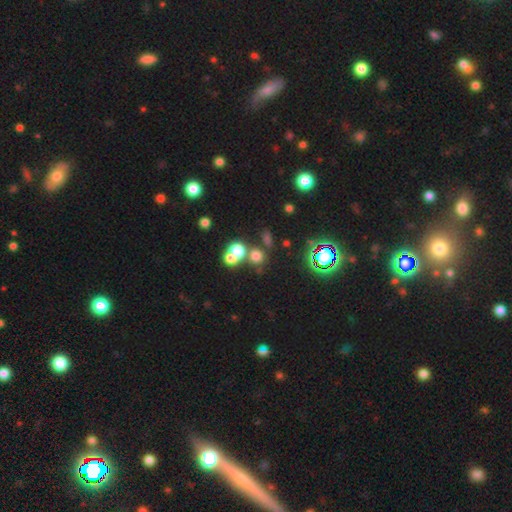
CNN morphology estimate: A smooth galaxy with no disk features (65%) that is round (81%).

Vote fractions:
- Smooth or featured? smooth: 65% / star or artifact: 24% / featured or disk: 12%
- How rounded? round: 81% / in between: 18% / cigar-shaped: 1%
- Merging? none: 51% / merger: 37% / minor disturbance: 8% / major disturbance: 5%